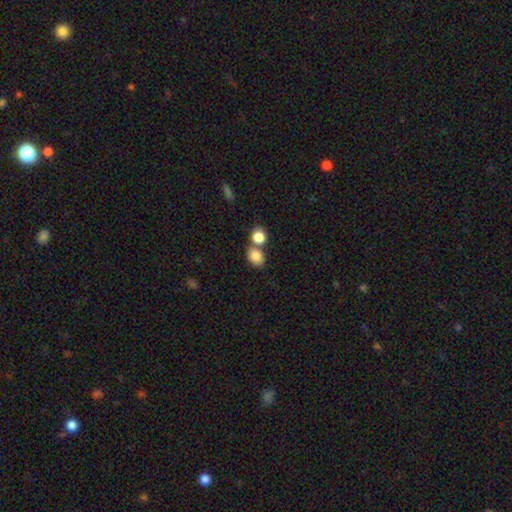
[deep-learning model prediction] smooth_or_featured: smooth (p=0.83) [alt: star or artifact p=0.09]
how_rounded: in between (p=0.59) [alt: round p=0.39]
merging: none (p=0.49) [alt: merger p=0.39]